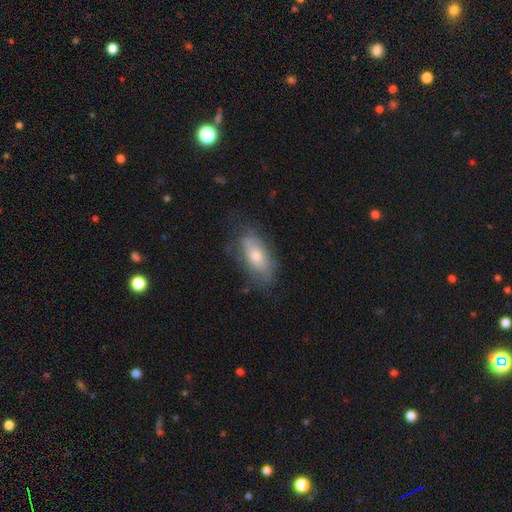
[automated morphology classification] Q: Smooth or featured?
A: smooth (58%); runner-up: featured or disk (35%)
Q: How rounded?
A: in between (87%); runner-up: cigar-shaped (9%)
Q: Merging?
A: none (62%); runner-up: minor disturbance (25%)